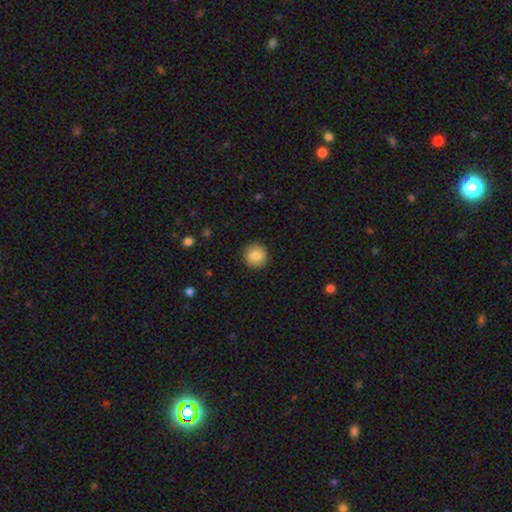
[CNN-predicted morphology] smooth-or-featured: smooth: 85% | star or artifact: 8% | featured or disk: 7%
  how-rounded: round: 91% | in between: 8% | cigar-shaped: 1%
  merging: none: 90% | minor disturbance: 7% | major disturbance: 2% | merger: 1%